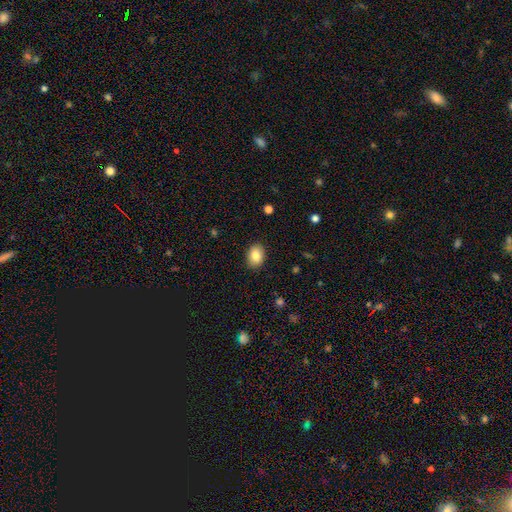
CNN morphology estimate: This appears to be a smooth galaxy with no disk features (85%) that is in between round and cigar-shaped (72%). Merging: none (89%).